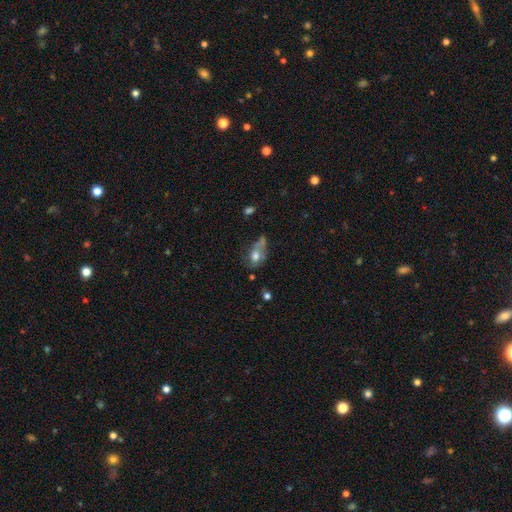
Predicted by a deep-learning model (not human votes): smooth 55%, featured or disk 34%, star or artifact 11%. Down the decision tree: how rounded — in between (78%); merging — major disturbance (28%).